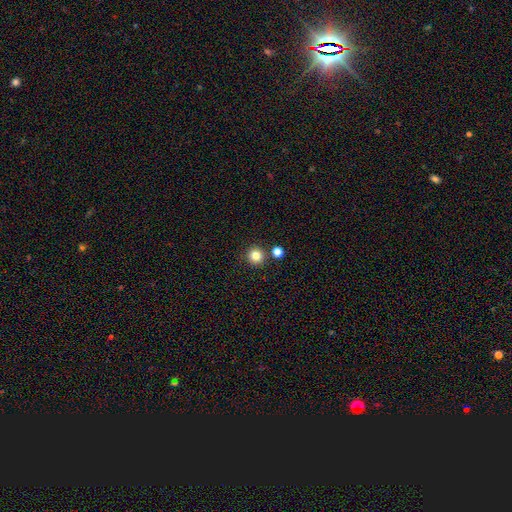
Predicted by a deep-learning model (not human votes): Morphology: type=smooth (83%); roundness=round (95%); merging=none (84%).